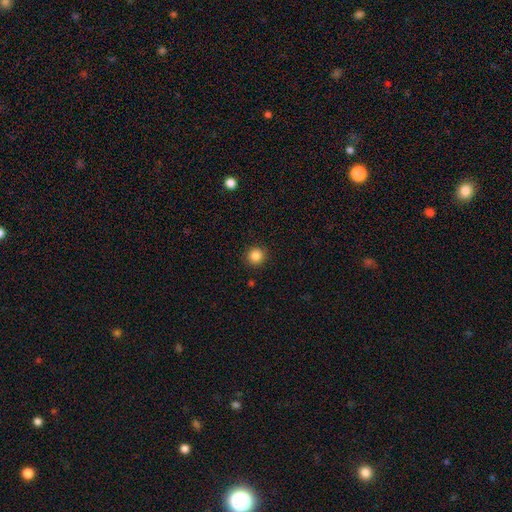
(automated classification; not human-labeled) Smooth or featured? smooth (86%)
How rounded? round (94%)
Merging? none (92%)